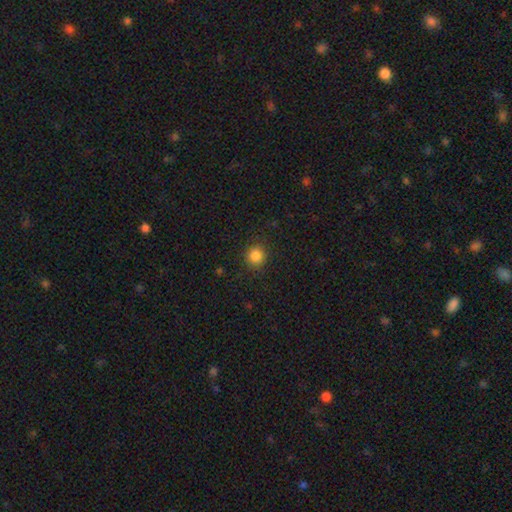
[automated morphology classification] This appears to be a smooth galaxy with no disk features (85%) that is round (91%). Merging: none (89%).